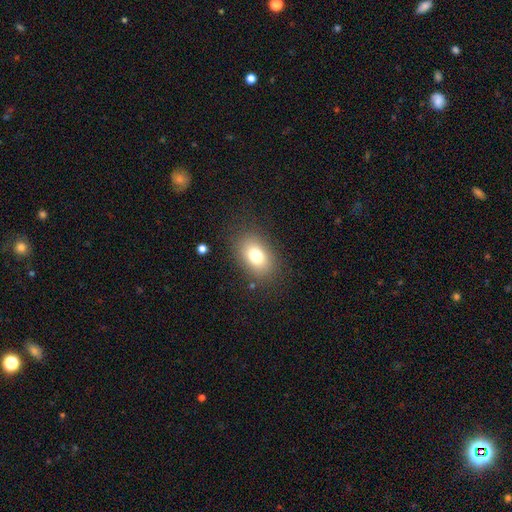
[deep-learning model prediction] Q: Smooth or featured?
A: smooth (76%); runner-up: featured or disk (12%)
Q: How rounded?
A: in between (77%); runner-up: round (22%)
Q: Merging?
A: none (83%); runner-up: minor disturbance (11%)